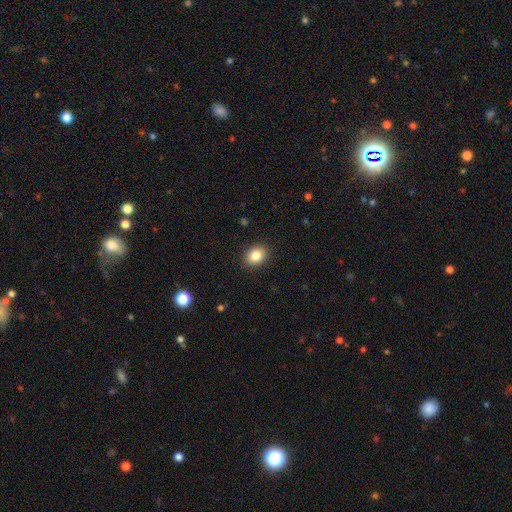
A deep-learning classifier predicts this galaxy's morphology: Smooth or featured: smooth — 85% (star or artifact — 9%)
How rounded: in between — 63% (round — 36%)
Merging: none — 89% (minor disturbance — 7%)